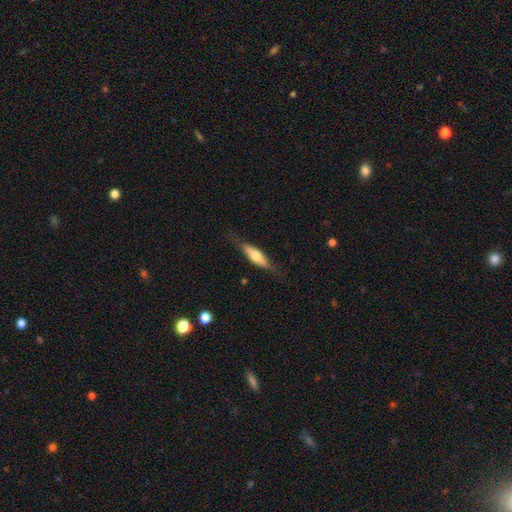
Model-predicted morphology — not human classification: Smooth or featured? smooth (53%)
How rounded? cigar-shaped (59%)
Merging? none (76%)